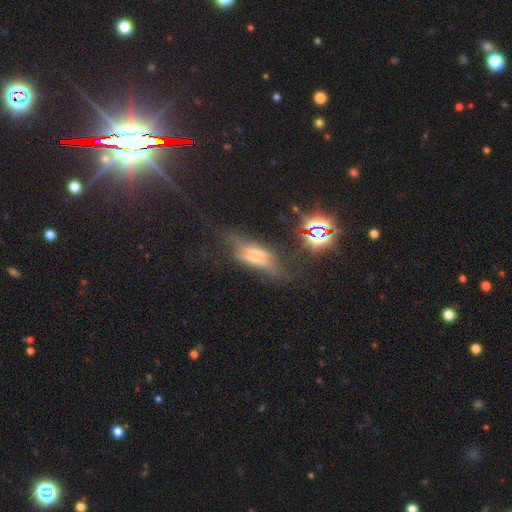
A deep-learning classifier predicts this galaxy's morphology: This appears to be a featured or disk galaxy (49%). Merging: none (45%).